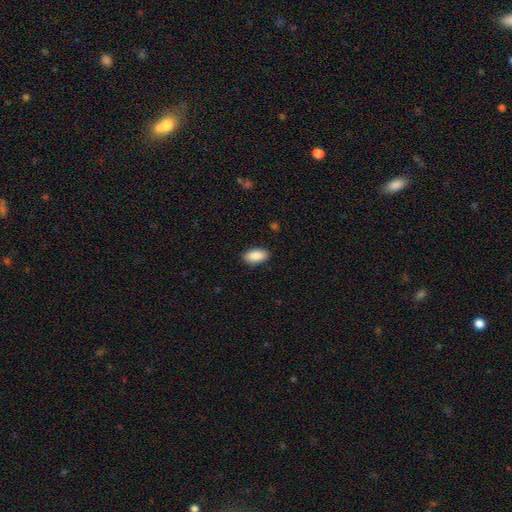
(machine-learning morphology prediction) smooth_or_featured: smooth (p=0.90) [alt: star or artifact p=0.06]
how_rounded: in between (p=0.93) [alt: cigar-shaped p=0.04]
merging: none (p=0.89) [alt: minor disturbance p=0.08]